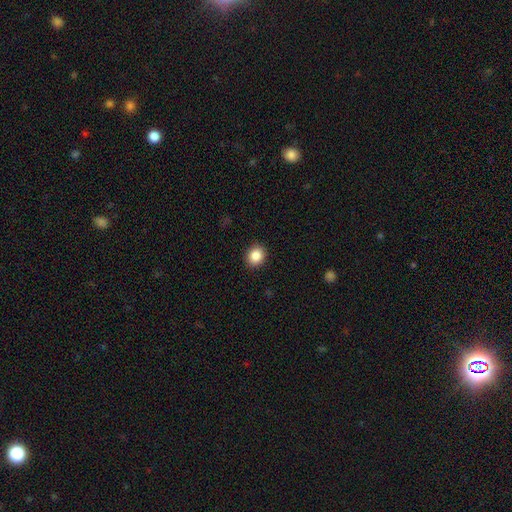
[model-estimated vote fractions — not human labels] smooth 87%, star or artifact 9%, featured or disk 4%. Down the decision tree: how rounded — round (66%); merging — none (90%).